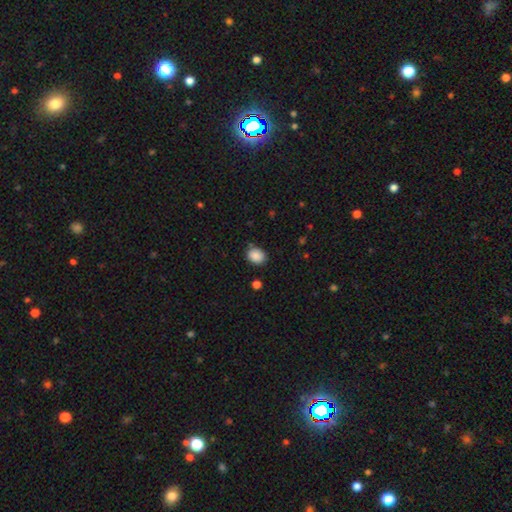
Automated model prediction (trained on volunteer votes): Overall: smooth (88%). How rounded: in between (57%; round 42%). Merging: none (78%).